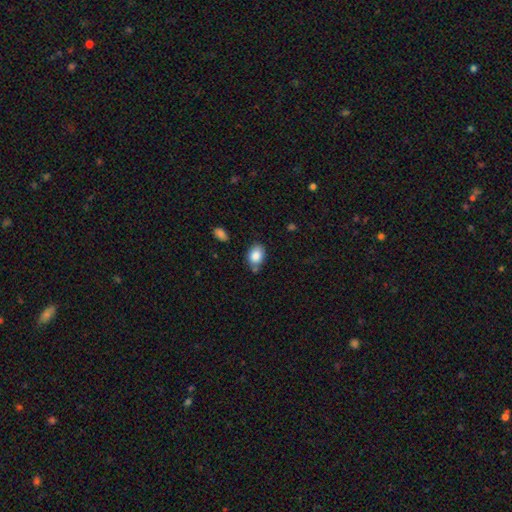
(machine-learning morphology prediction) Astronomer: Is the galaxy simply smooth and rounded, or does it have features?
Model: smooth — 85%.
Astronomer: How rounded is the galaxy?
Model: in between — 73%.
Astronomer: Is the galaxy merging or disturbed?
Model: none — 68%.